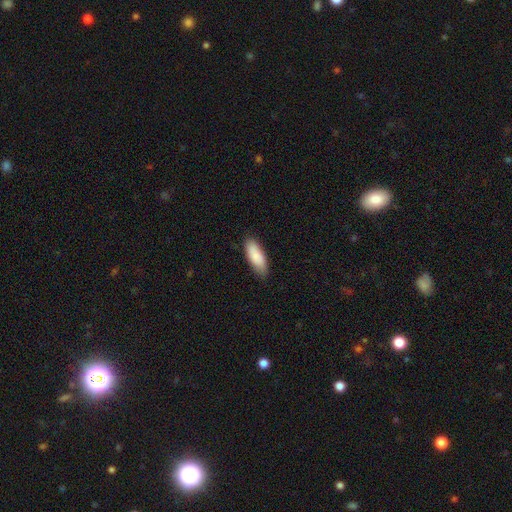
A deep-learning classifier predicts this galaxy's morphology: Smooth or featured?
  - smooth: 87% *
  - featured or disk: 8%
  - star or artifact: 5%
How rounded?
  - in between: 73% *
  - cigar-shaped: 26%
  - round: 2%
Merging?
  - none: 83% *
  - minor disturbance: 14%
  - major disturbance: 2%
  - merger: 1%